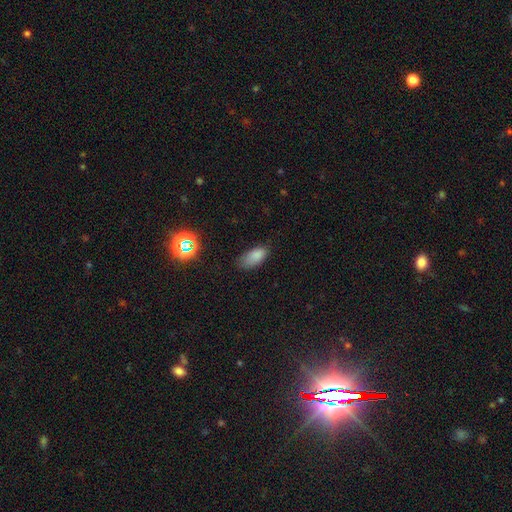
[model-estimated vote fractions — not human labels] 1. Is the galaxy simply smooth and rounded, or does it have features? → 81% smooth, 12% star or artifact, 6% featured or disk.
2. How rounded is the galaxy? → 90% in between, 7% cigar-shaped, 3% round.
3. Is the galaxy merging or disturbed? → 67% none, 25% minor disturbance, 6% major disturbance, 2% merger.